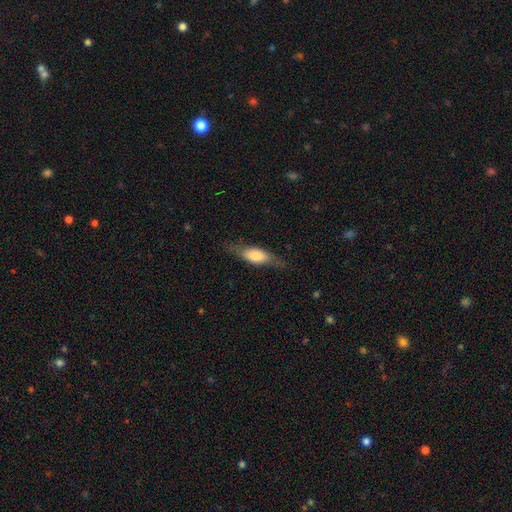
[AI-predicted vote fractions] This is likely a smooth galaxy (61%). How rounded: possibly in between (59%). Merging: likely none (71%).